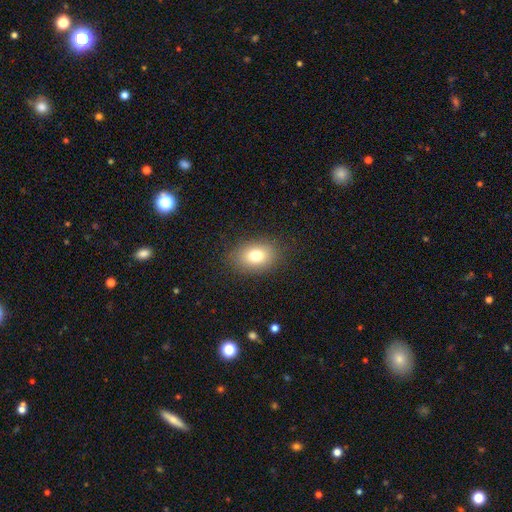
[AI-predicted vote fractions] The model was most divided on "how rounded": in between: 73%, round: 26%, cigar-shaped: 1%. More confident: merging — none (86%); smooth or featured — smooth (78%).